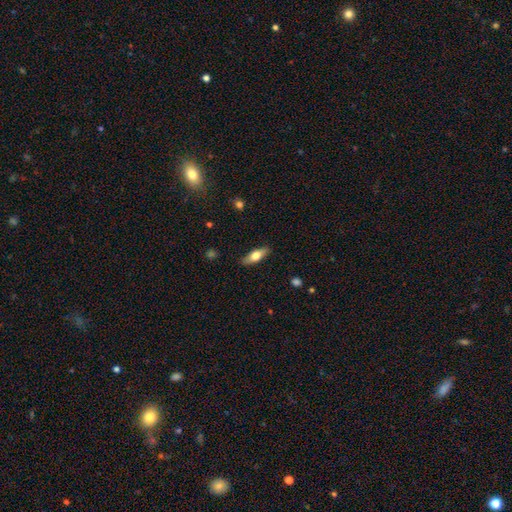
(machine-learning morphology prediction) A smooth galaxy with no disk features (65%) that is in between round and cigar-shaped (64%).

Vote fractions:
- Smooth or featured? smooth: 65% / featured or disk: 29% / star or artifact: 6%
- How rounded? in between: 64% / cigar-shaped: 33% / round: 3%
- Merging? none: 86% / minor disturbance: 11% / major disturbance: 2% / merger: 1%